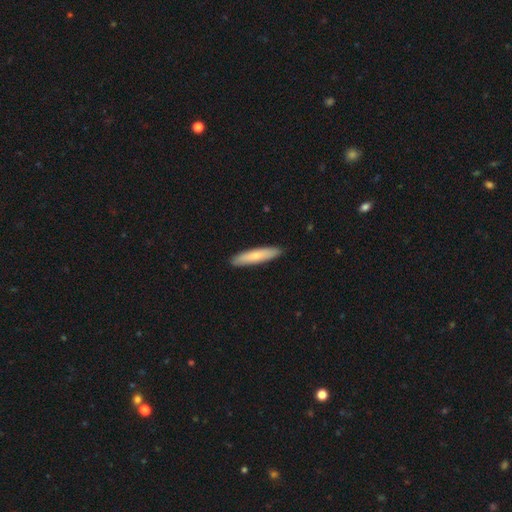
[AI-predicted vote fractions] A smooth galaxy with no disk features (71%) that is cigar-shaped (85%).

Vote fractions:
- Smooth or featured? smooth: 71% / featured or disk: 24% / star or artifact: 5%
- How rounded? cigar-shaped: 85% / in between: 13% / round: 1%
- Merging? none: 91% / minor disturbance: 7% / major disturbance: 1% / merger: 1%